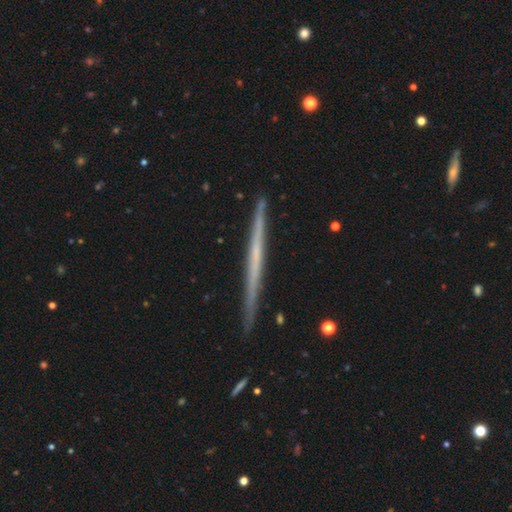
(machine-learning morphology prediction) Smooth or featured? Predicted: featured or disk (p=0.61). Edge-on disk? Predicted: yes (p=0.98). Edge-on bulge? Predicted: none (p=0.91). Merging? Predicted: none (p=0.89).